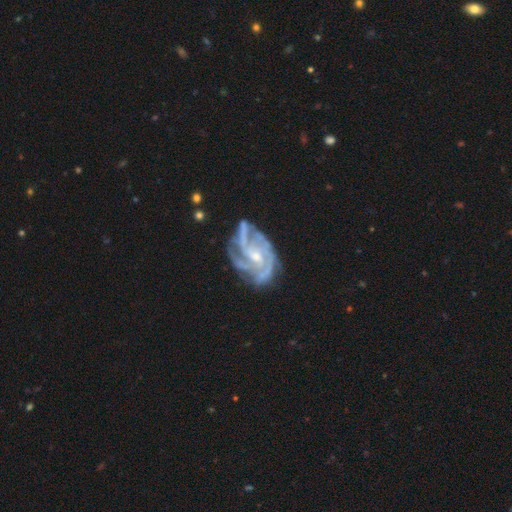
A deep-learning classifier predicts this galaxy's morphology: Overall: featured or disk (89%). Edge-on disk: no (97%). Bar: no (54%; weak 35%). Spiral arms: yes (96%). Spiral arm count: 3 (34%; 4 23%). Spiral winding: tight (48%; medium 42%). Bulge size: small (54%; moderate 39%). Merging: none (61%; minor disturbance 22%).